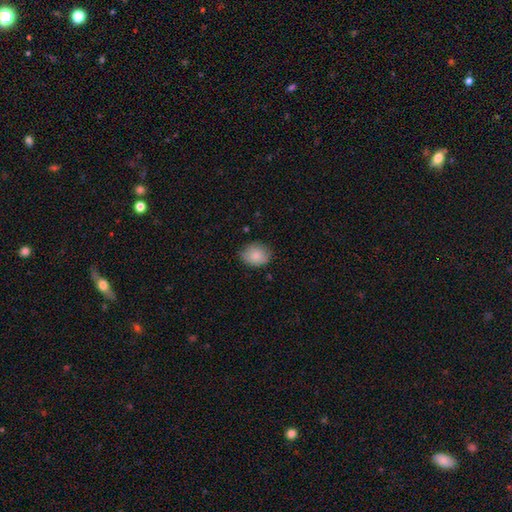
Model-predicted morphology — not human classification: smooth_or_featured: smooth (p=0.85) [alt: star or artifact p=0.08]
how_rounded: round (p=0.51) [alt: in between p=0.48]
merging: none (p=0.76) [alt: minor disturbance p=0.19]